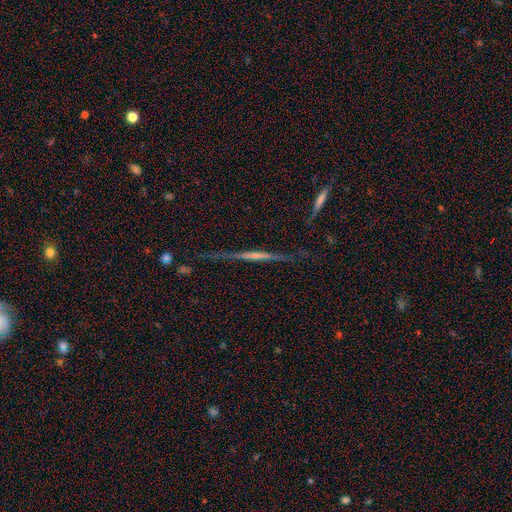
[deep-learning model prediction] The model was most divided on "edge-on bulge": rounded: 58%, none: 29%, boxy: 13%. More confident: edge-on disk — yes (96%); merging — none (86%); smooth or featured — featured or disk (68%).